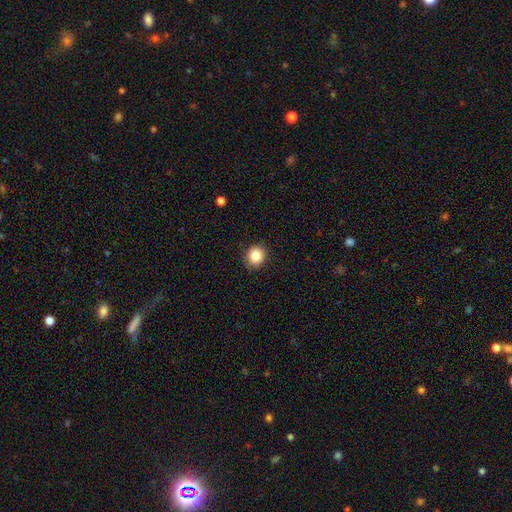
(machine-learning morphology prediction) type=smooth (86%); roundness=round (83%); merging=none (89%).